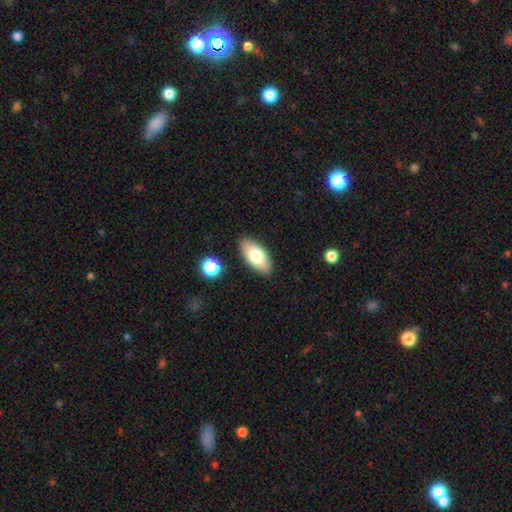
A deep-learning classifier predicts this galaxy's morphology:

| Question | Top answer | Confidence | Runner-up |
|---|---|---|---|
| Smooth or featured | smooth | 76% | featured or disk (18%) |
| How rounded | in between | 90% | cigar-shaped (7%) |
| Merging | none | 87% | minor disturbance (9%) |